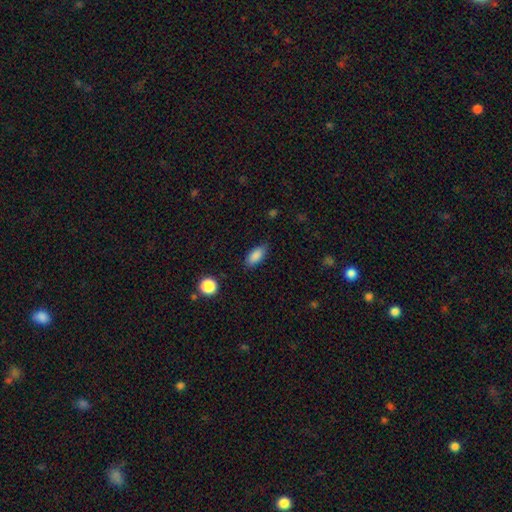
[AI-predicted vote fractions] smooth 87%, star or artifact 8%, featured or disk 5%. Down the decision tree: how rounded — in between (86%); merging — none (79%).